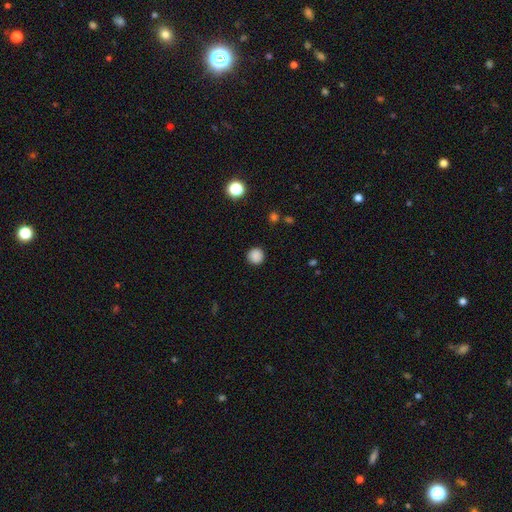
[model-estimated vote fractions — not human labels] This appears to be a smooth galaxy with no disk features (87%) that is round (94%). Merging: none (90%).